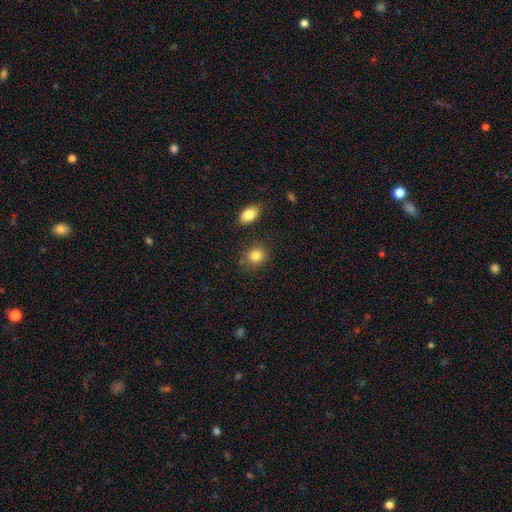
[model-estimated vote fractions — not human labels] Overall: smooth (84%). How rounded: round (70%). Merging: none (83%).